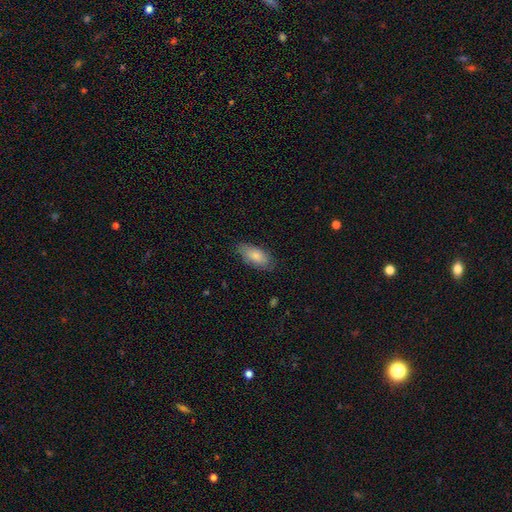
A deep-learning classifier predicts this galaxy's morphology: smooth_or_featured: smooth (p=0.80) [alt: featured or disk p=0.14]
how_rounded: in between (p=0.89) [alt: cigar-shaped p=0.08]
merging: none (p=0.76) [alt: minor disturbance p=0.19]